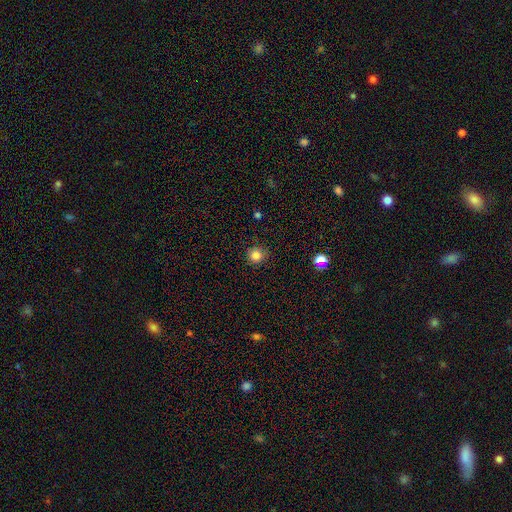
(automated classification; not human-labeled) Smooth or featured?
  - smooth: 83% *
  - star or artifact: 12%
  - featured or disk: 5%
How rounded?
  - round: 93% *
  - in between: 6%
  - cigar-shaped: 1%
Merging?
  - none: 88% *
  - minor disturbance: 9%
  - major disturbance: 2%
  - merger: 1%